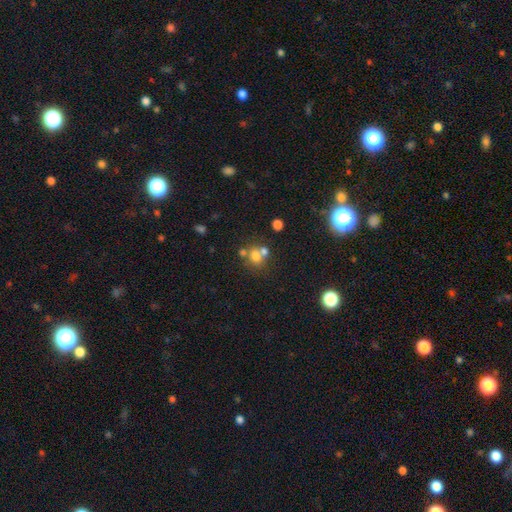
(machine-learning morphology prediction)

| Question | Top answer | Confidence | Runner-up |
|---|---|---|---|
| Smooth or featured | smooth | 69% | star or artifact (16%) |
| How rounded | round | 61% | in between (38%) |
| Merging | merger | 44% | none (41%) |